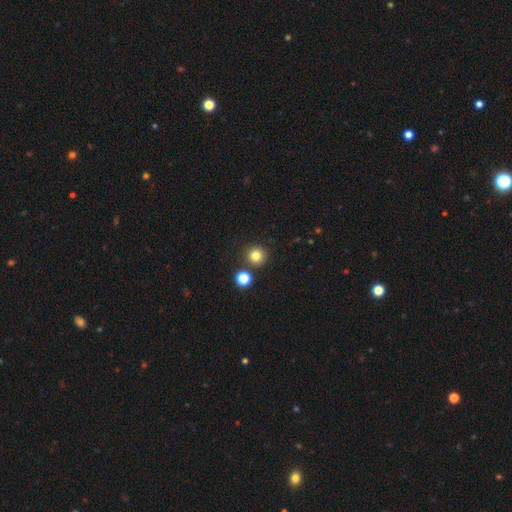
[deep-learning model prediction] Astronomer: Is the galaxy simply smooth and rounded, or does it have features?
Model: smooth — 81%.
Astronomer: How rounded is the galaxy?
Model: round — 94%.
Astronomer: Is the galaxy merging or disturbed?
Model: none — 84%.